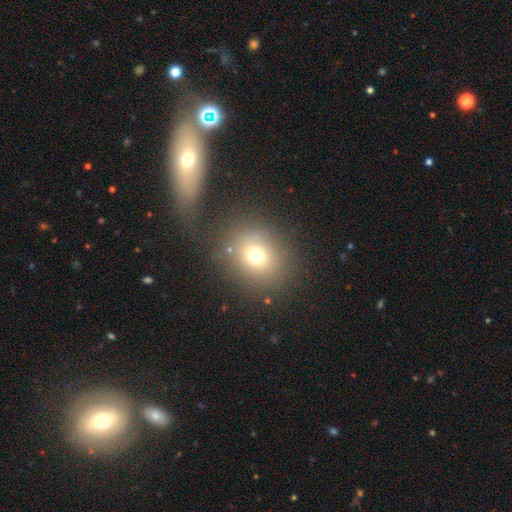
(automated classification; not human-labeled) Overall: smooth (70%). How rounded: round (73%). Merging: none (77%).